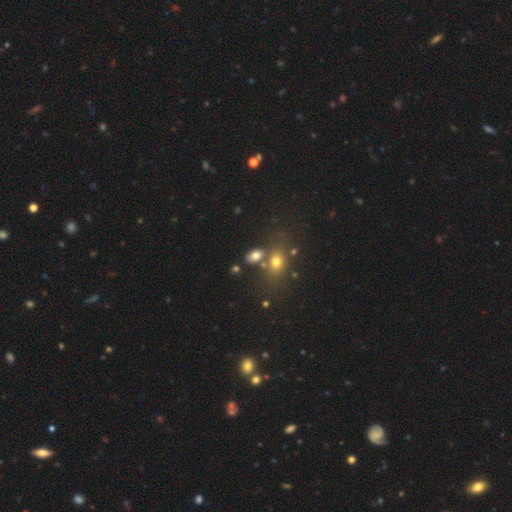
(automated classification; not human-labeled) smooth_or_featured: smooth (p=0.73) [alt: star or artifact p=0.14]
how_rounded: in between (p=0.79) [alt: round p=0.19]
merging: none (p=0.58) [alt: merger p=0.25]